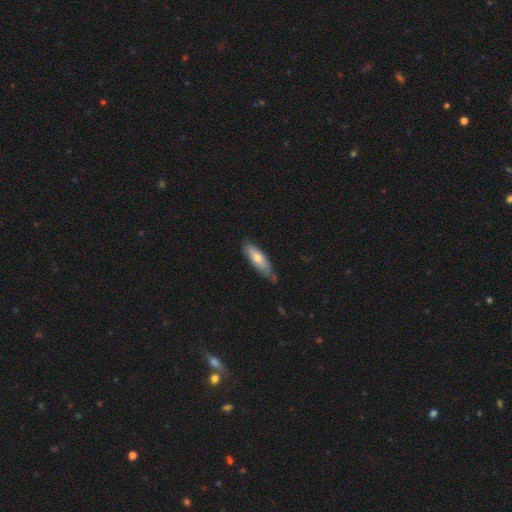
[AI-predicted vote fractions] Smooth or featured? smooth (65%)
How rounded? cigar-shaped (55%)
Merging? none (72%)